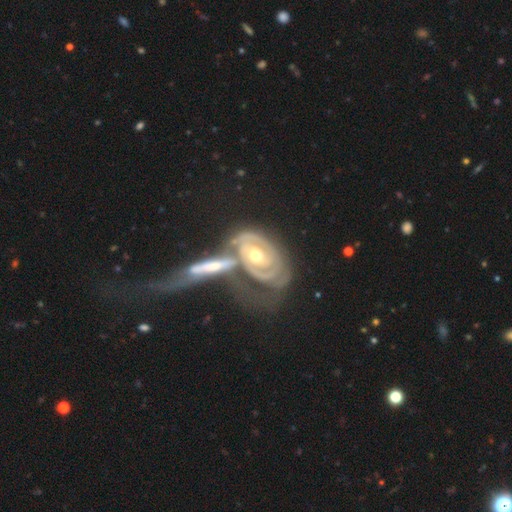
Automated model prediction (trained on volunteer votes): A featured or disk galaxy (83%) with no bar (61%), tight (68%) spiral arms (82%) and a moderate central bulge (66%). Merging: merger (48%).